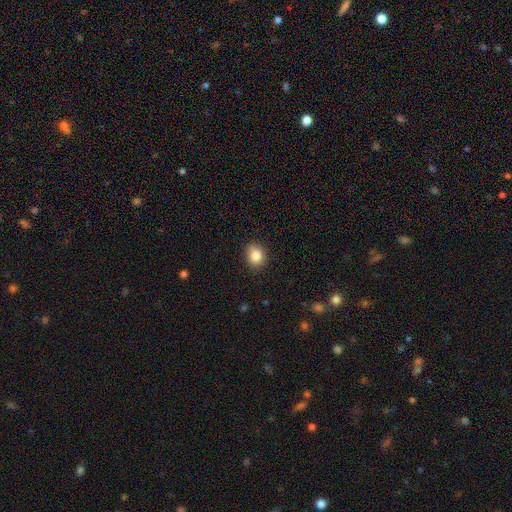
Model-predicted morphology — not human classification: smooth_or_featured: smooth (p=0.85) [alt: star or artifact p=0.10]
how_rounded: round (p=0.65) [alt: in between p=0.34]
merging: none (p=0.83) [alt: minor disturbance p=0.13]